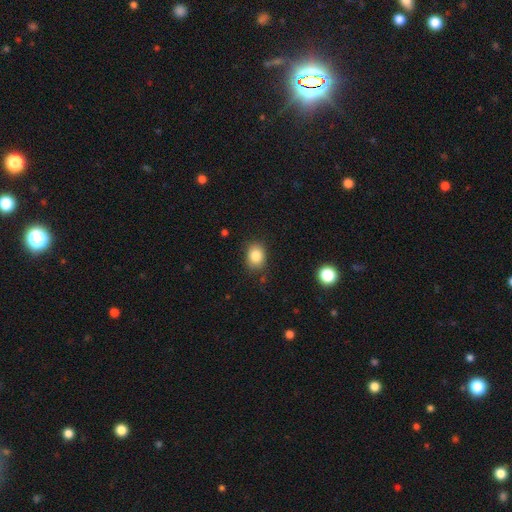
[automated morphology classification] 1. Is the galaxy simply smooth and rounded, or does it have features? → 85% smooth, 9% star or artifact, 6% featured or disk.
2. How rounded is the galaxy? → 54% in between, 45% round, 1% cigar-shaped.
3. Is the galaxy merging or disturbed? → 82% none, 13% minor disturbance, 3% major disturbance, 2% merger.